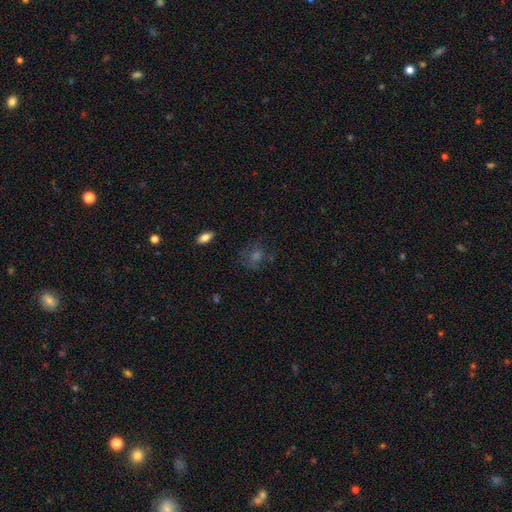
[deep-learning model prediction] Morphology: type=smooth (43%); merging=none (69%).